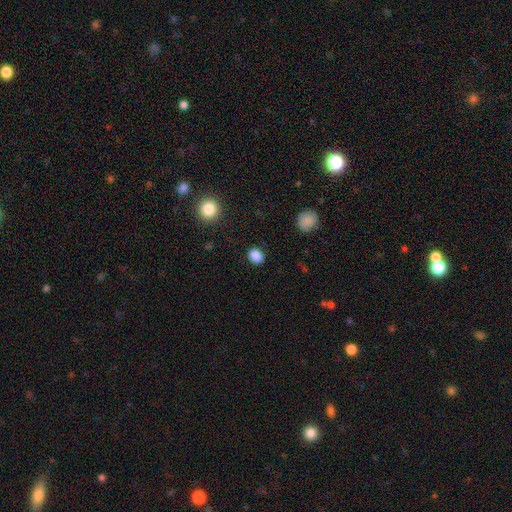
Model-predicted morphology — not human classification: Smooth or featured?
  - smooth: 87% *
  - star or artifact: 10%
  - featured or disk: 3%
How rounded?
  - round: 54% *
  - in between: 45%
  - cigar-shaped: 1%
Merging?
  - none: 89% *
  - minor disturbance: 7%
  - major disturbance: 2%
  - merger: 1%